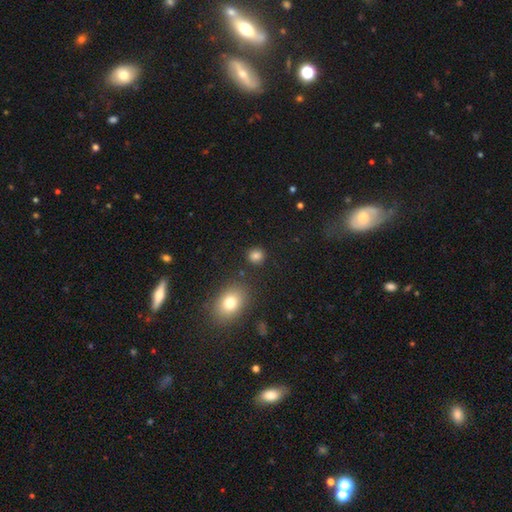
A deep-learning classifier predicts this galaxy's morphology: smooth 83%, star or artifact 12%, featured or disk 5%. Down the decision tree: how rounded — round (81%); merging — none (87%).